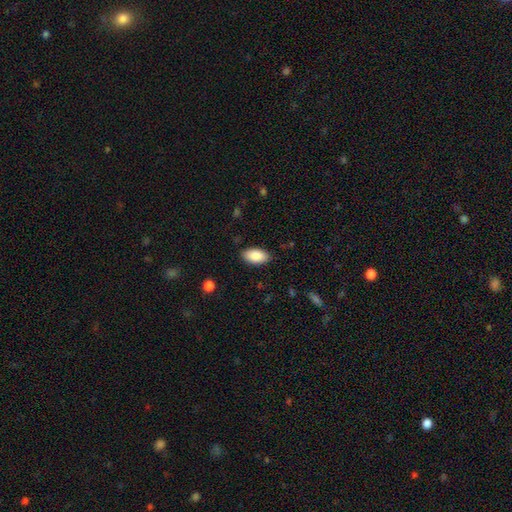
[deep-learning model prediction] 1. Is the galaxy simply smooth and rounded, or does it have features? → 89% smooth, 6% star or artifact, 5% featured or disk.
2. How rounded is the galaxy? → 95% in between, 3% round, 2% cigar-shaped.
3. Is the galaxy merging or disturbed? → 86% none, 11% minor disturbance, 2% major disturbance, 1% merger.